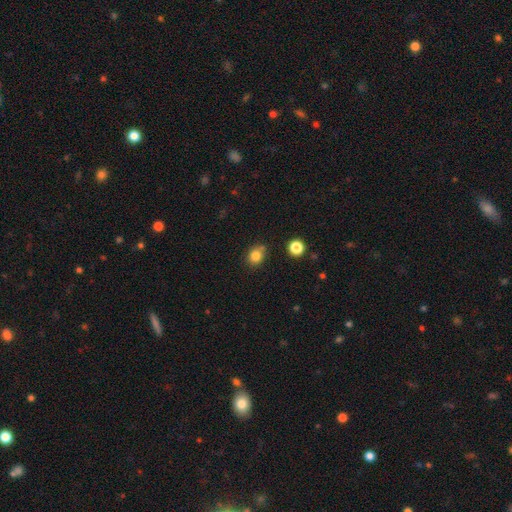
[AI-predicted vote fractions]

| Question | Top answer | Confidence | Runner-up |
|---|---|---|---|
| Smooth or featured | smooth | 82% | star or artifact (12%) |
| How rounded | round | 64% | in between (35%) |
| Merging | none | 68% | minor disturbance (20%) |